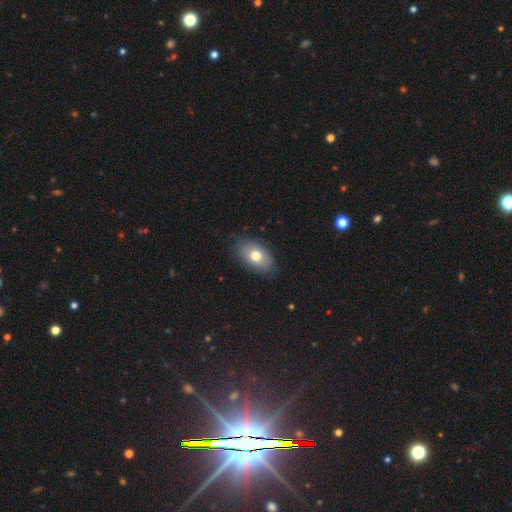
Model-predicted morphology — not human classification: This is likely a smooth galaxy (74%). How rounded: clearly in between (88%). Merging: likely none (79%).